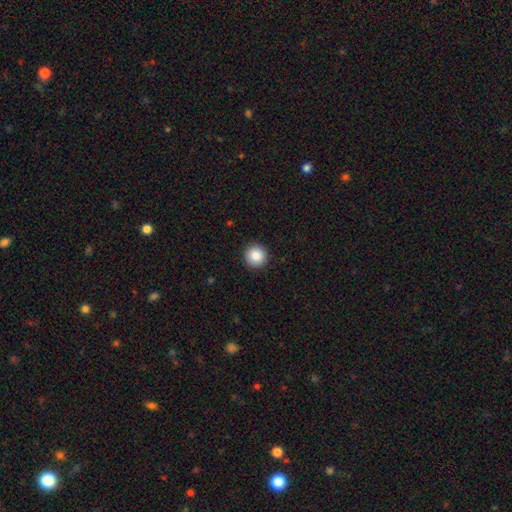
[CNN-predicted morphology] A smooth galaxy with no disk features (86%) that is round (95%). Merging: none (92%).